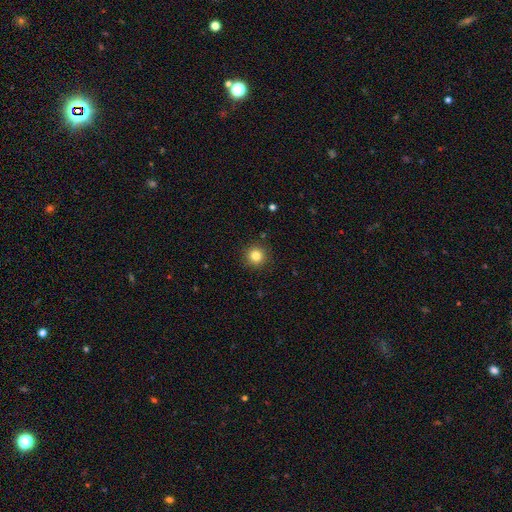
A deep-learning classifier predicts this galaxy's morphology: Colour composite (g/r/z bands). It shows a smooth galaxy with no disk features (83%) that is round (95%). Merging: none (91%).